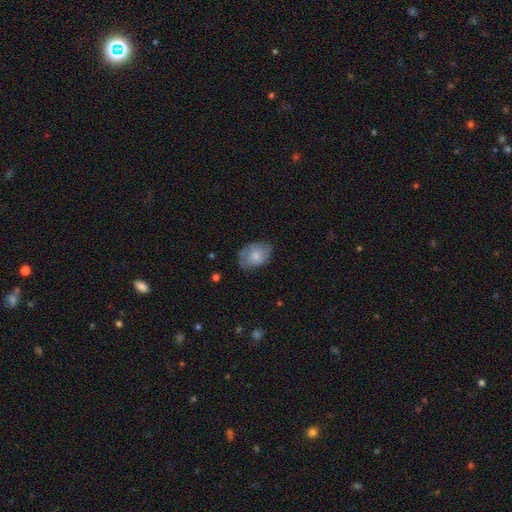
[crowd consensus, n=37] Overall: smooth (65%; featured or disk 30%). How rounded: in between (92%). Merging: none (66%; minor disturbance 29%).